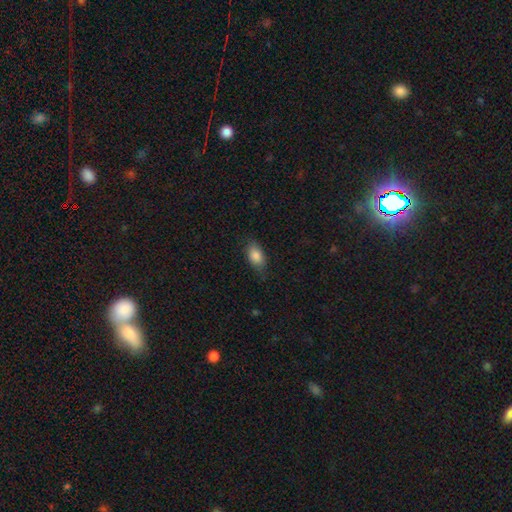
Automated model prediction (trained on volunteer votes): Q: Smooth or featured?
A: smooth (85%); runner-up: star or artifact (7%)
Q: How rounded?
A: in between (90%); runner-up: round (7%)
Q: Merging?
A: none (77%); runner-up: minor disturbance (18%)